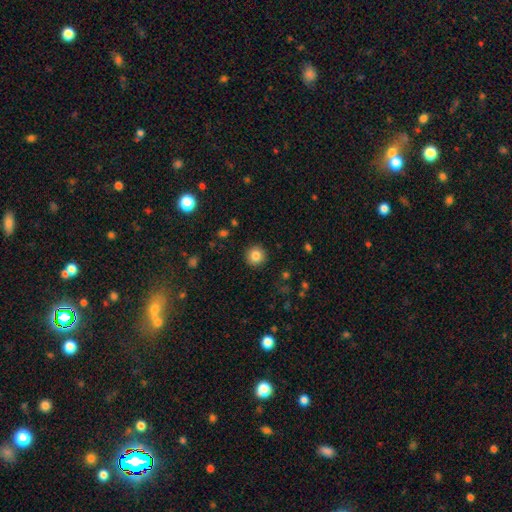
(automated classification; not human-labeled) Smooth or featured? smooth (83%)
How rounded? round (95%)
Merging? none (92%)